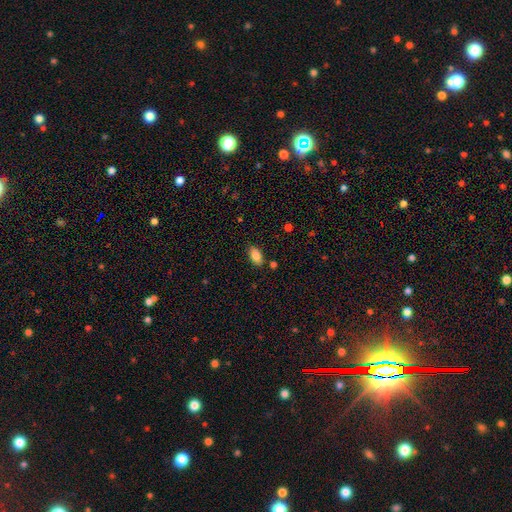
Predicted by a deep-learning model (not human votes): This is clearly a smooth galaxy (86%). How rounded: clearly in between (92%). Merging: clearly none (82%).